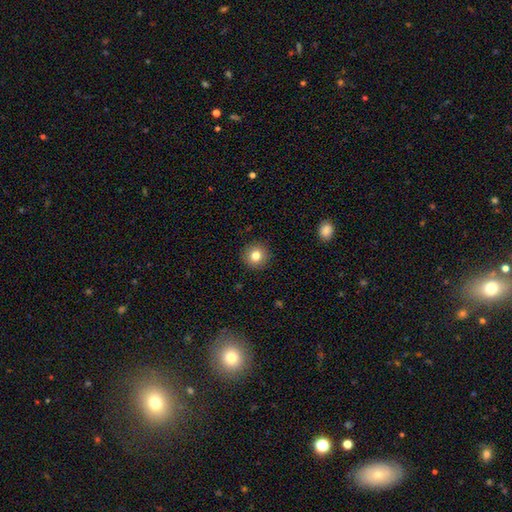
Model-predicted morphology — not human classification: type=smooth (81%); roundness=round (94%); merging=none (92%).